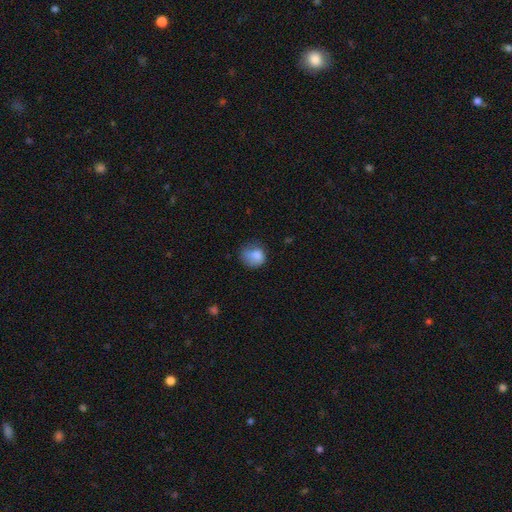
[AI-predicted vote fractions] Smooth or featured? smooth (80%)
How rounded? round (66%)
Merging? none (45%)